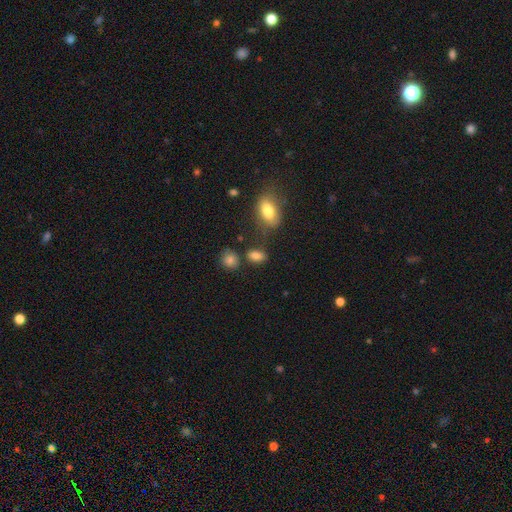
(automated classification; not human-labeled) smooth-or-featured: smooth: 82% | star or artifact: 11% | featured or disk: 7%
  how-rounded: in between: 79% | round: 17% | cigar-shaped: 3%
  merging: none: 69% | minor disturbance: 16% | merger: 9% | major disturbance: 5%